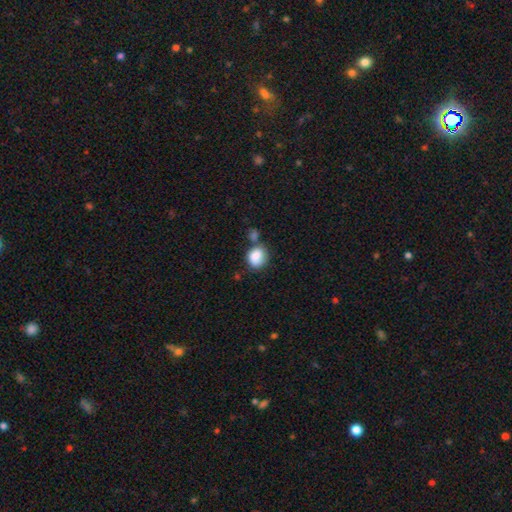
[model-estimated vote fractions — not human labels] smooth_or_featured: smooth (p=0.83) [alt: featured or disk p=0.09]
how_rounded: round (p=0.61) [alt: in between p=0.38]
merging: none (p=0.45) [alt: merger p=0.29]